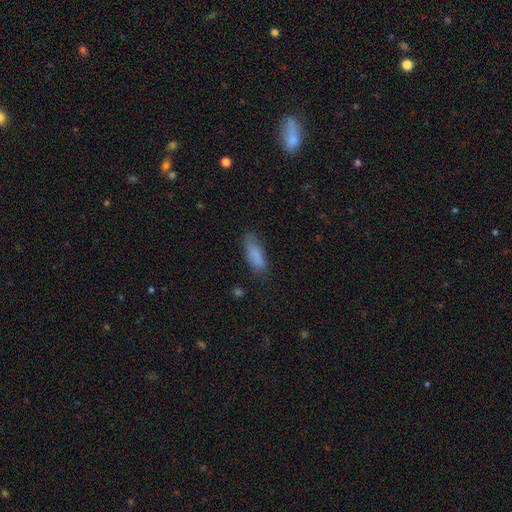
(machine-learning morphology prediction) Smooth or featured: smooth — 84% (featured or disk — 9%)
How rounded: in between — 65% (cigar-shaped — 33%)
Merging: none — 65% (minor disturbance — 25%)